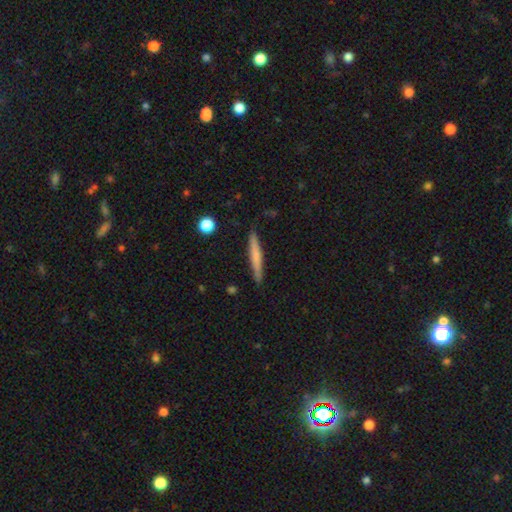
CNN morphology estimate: A smooth galaxy with no disk features (60%) that is cigar-shaped (96%). Merging: none (89%).